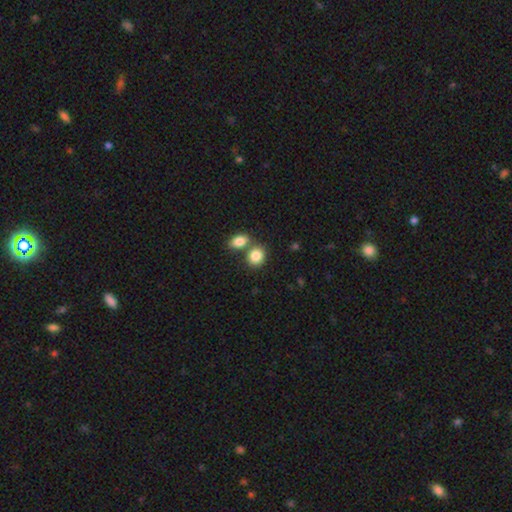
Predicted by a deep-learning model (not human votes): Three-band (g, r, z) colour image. It shows a smooth galaxy with no disk features (85%) that is round (54%). Merging: none (50%).